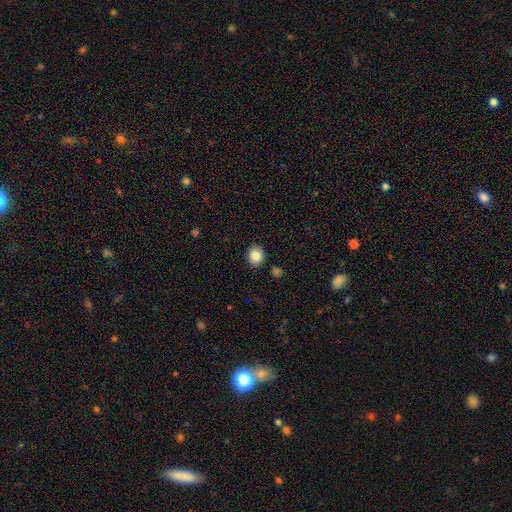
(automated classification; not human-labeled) Overall: smooth (85%). How rounded: round (64%; in between 35%). Merging: none (88%).